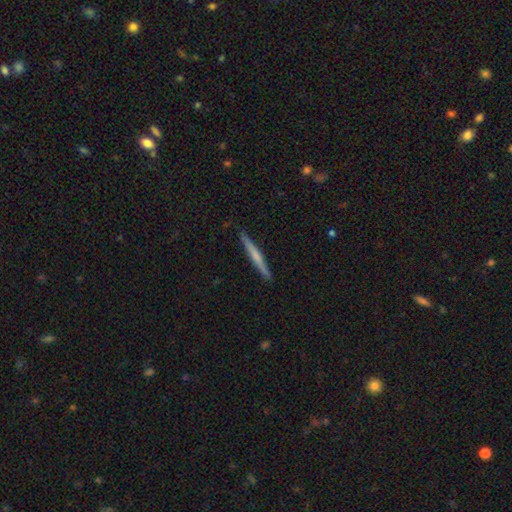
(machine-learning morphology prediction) Smooth or featured: featured or disk — 54% (smooth — 40%)
Edge-on disk: yes — 98% (no — 2%)
Edge-on bulge: rounded — 49% (none — 41%)
Merging: none — 91% (minor disturbance — 6%)